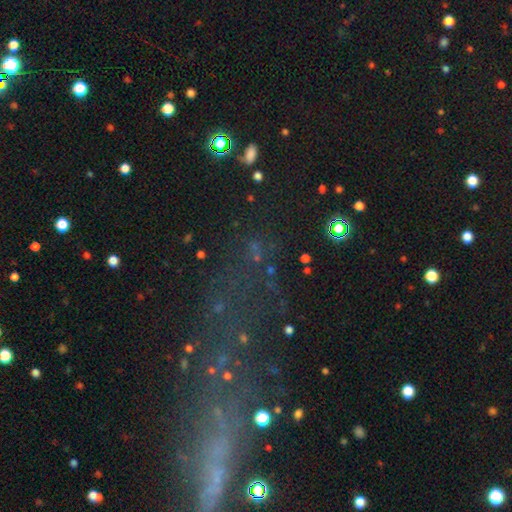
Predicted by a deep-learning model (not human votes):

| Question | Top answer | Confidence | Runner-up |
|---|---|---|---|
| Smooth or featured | star or artifact | 58% | smooth (22%) |